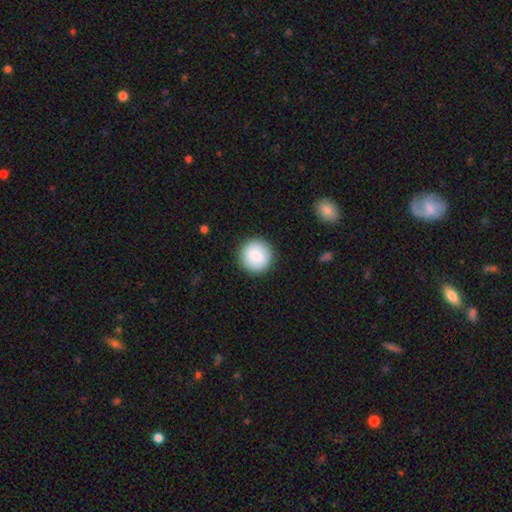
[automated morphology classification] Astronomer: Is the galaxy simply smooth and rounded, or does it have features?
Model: smooth — 85%.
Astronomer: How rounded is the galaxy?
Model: round — 95%.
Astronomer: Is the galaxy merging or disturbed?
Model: none — 91%.